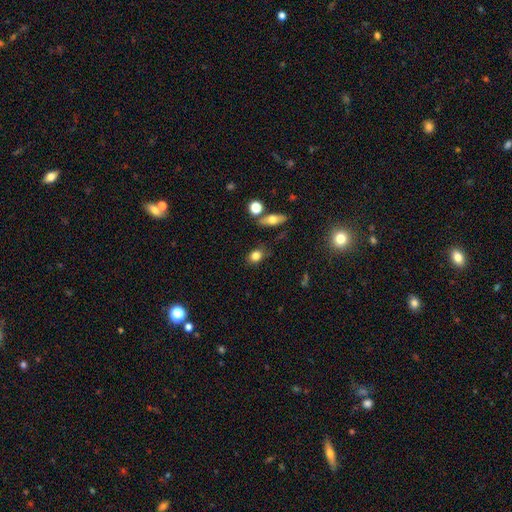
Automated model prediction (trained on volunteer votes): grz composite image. It shows a smooth galaxy with no disk features (81%) that is in between round and cigar-shaped (54%). Merging: none (78%).